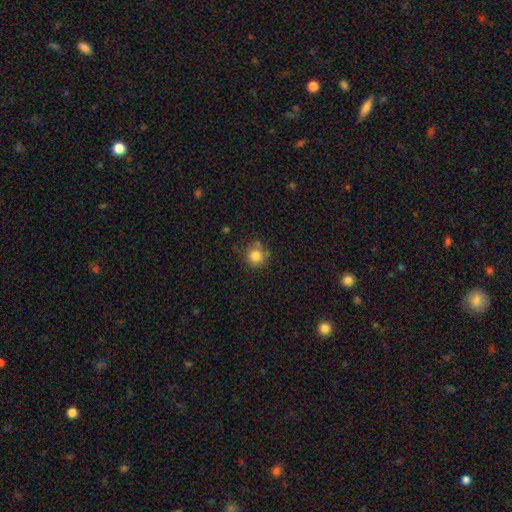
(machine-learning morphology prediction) A smooth galaxy with no disk features (81%) that is round (91%).

Vote fractions:
- Smooth or featured? smooth: 81% / star or artifact: 11% / featured or disk: 8%
- How rounded? round: 91% / in between: 8% / cigar-shaped: 1%
- Merging? none: 71% / minor disturbance: 18% / merger: 6% / major disturbance: 5%